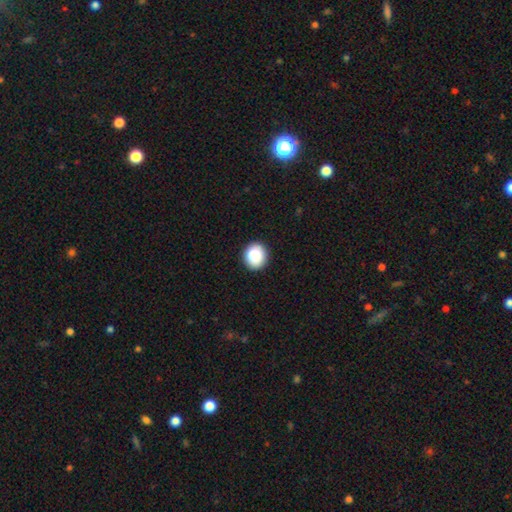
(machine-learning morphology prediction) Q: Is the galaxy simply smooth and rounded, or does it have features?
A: smooth — 83%.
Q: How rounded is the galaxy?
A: round — 80%.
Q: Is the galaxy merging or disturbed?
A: none — 91%.